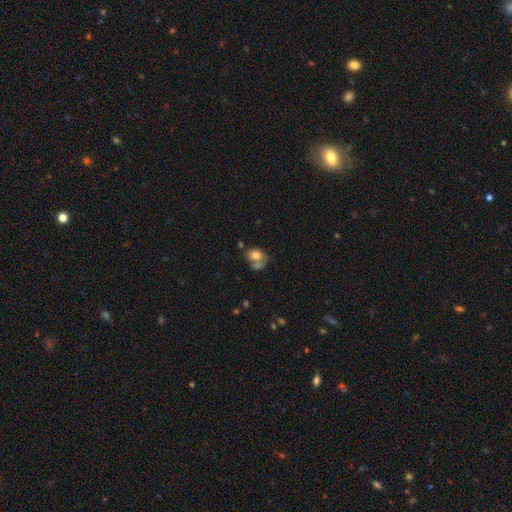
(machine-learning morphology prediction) Q: Smooth or featured?
A: smooth (74%); runner-up: featured or disk (17%)
Q: How rounded?
A: in between (59%); runner-up: round (40%)
Q: Merging?
A: merger (38%); runner-up: none (32%)